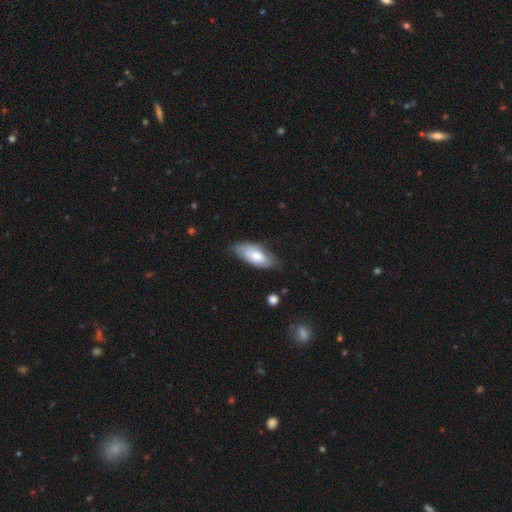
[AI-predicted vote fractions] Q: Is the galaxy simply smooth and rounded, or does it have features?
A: smooth — 74%.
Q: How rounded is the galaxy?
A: in between — 86%.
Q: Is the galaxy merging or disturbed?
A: none — 70%.